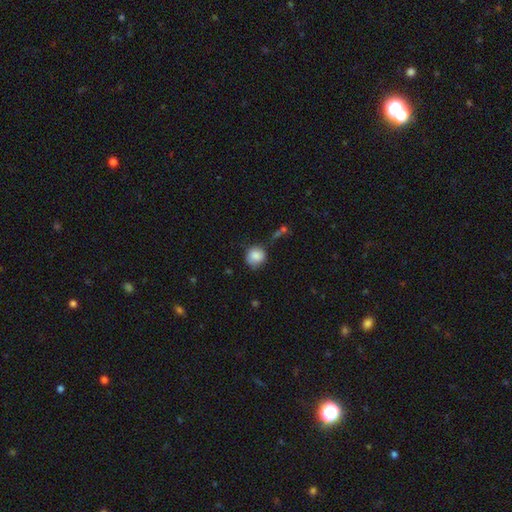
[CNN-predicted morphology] A smooth galaxy with no disk features (86%) that is round (84%). Merging: none (64%).